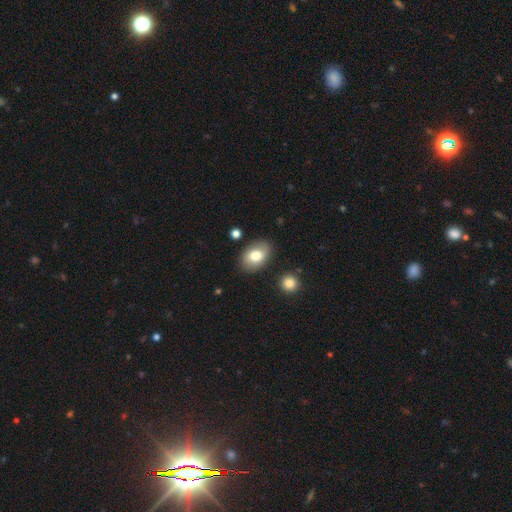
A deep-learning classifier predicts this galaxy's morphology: Smooth or featured: smooth — 76% (featured or disk — 16%)
How rounded: in between — 84% (round — 15%)
Merging: none — 83% (minor disturbance — 11%)